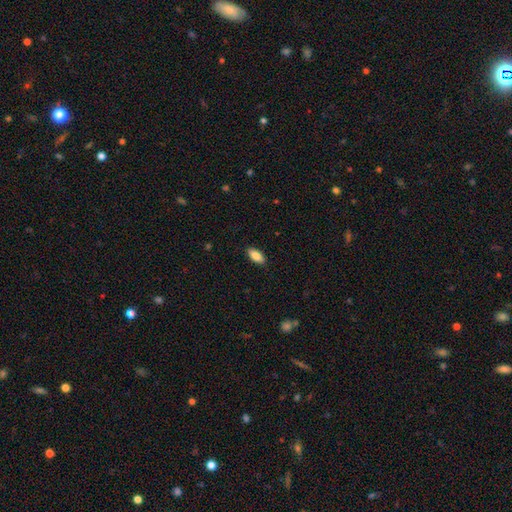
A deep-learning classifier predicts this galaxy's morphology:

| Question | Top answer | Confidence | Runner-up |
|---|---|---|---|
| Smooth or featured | smooth | 85% | featured or disk (8%) |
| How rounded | in between | 87% | cigar-shaped (11%) |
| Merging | none | 89% | minor disturbance (9%) |